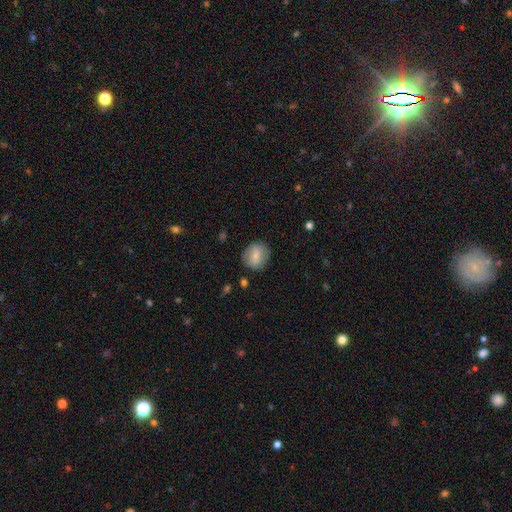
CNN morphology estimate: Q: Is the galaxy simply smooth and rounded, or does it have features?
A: smooth — 72%.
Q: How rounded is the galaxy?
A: round — 76%.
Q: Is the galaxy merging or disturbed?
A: none — 82%.